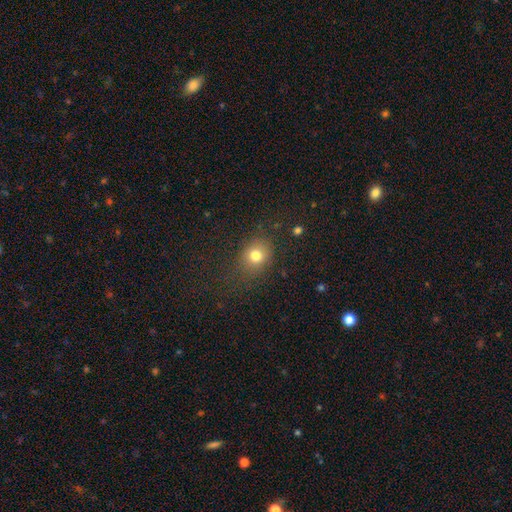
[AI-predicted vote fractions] This appears to be a smooth galaxy with no disk features (78%) that is round (64%). Merging: none (74%).